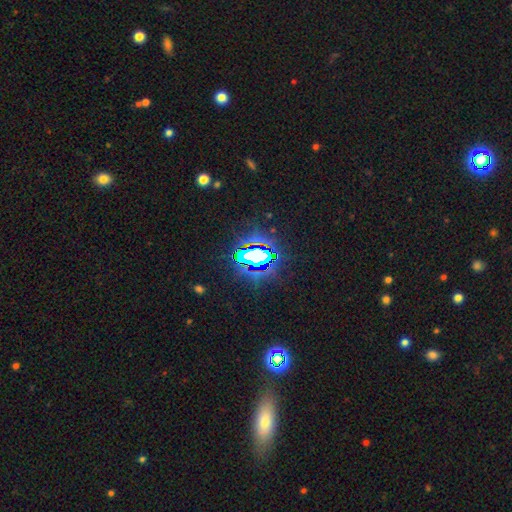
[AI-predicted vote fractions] Morphology: type=star or artifact (72%).